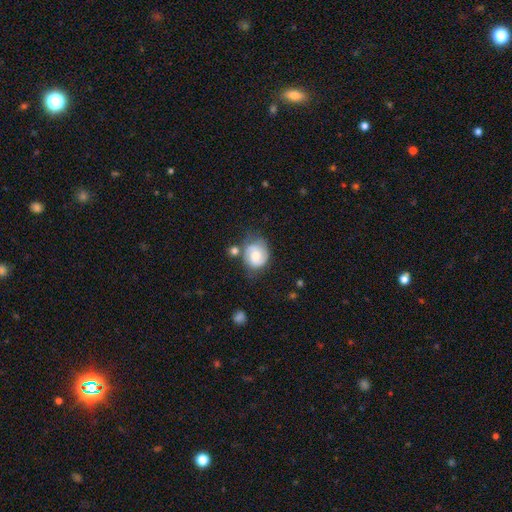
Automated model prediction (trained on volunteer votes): A featured or disk galaxy (52%) with no bar (52%), spiral arms (85%) and a moderate central bulge (58%).

Vote fractions:
- Smooth or featured? featured or disk: 52% / smooth: 40% / star or artifact: 8%
- Edge-on disk? no: 98% / yes: 2%
- Bar? no: 52% / weak: 40% / strong: 9%
- Spiral arms? yes: 85% / no: 15%
- Bulge size? moderate: 58% / small: 25% / large: 11% / none: 4% / dominant: 2%
- Merging? none: 55% / minor disturbance: 26% / major disturbance: 10% / merger: 9%